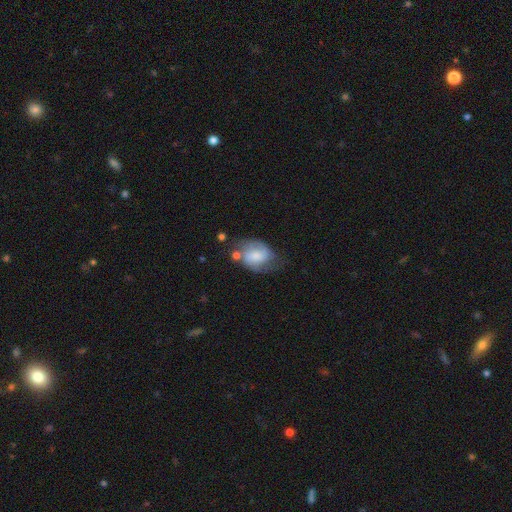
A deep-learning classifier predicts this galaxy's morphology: Smooth or featured? Predicted: featured or disk (p=0.49). Merging? Predicted: none (p=0.46).